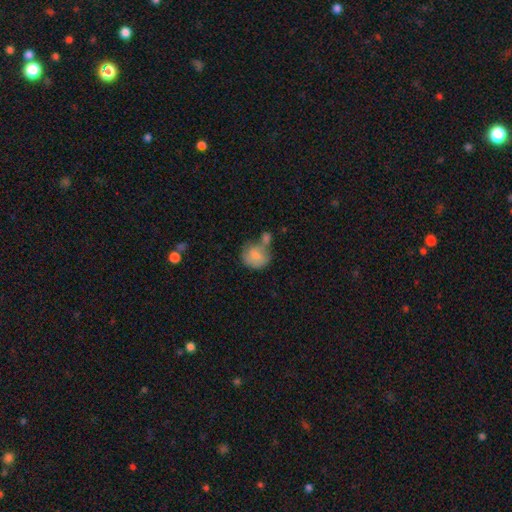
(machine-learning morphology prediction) A smooth galaxy with no disk features (79%) that is round (71%).

Vote fractions:
- Smooth or featured? smooth: 79% / featured or disk: 14% / star or artifact: 7%
- How rounded? round: 71% / in between: 28% / cigar-shaped: 1%
- Merging? merger: 38% / none: 35% / minor disturbance: 18% / major disturbance: 9%